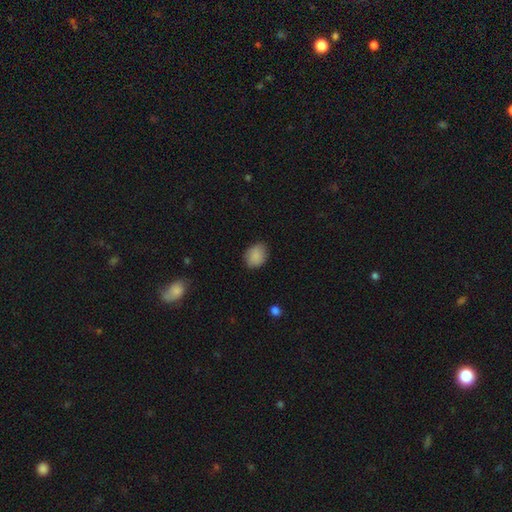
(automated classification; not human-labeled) Q: Smooth or featured?
A: smooth (87%); runner-up: star or artifact (8%)
Q: How rounded?
A: in between (52%); runner-up: round (47%)
Q: Merging?
A: none (79%); runner-up: minor disturbance (17%)